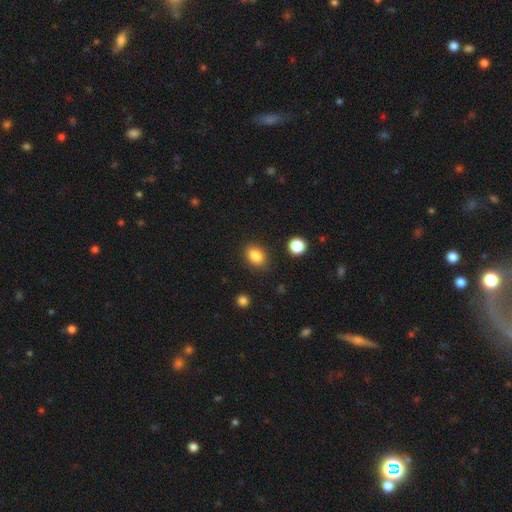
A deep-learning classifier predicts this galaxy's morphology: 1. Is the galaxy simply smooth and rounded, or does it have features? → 85% smooth, 10% star or artifact, 5% featured or disk.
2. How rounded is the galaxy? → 72% in between, 27% round, 1% cigar-shaped.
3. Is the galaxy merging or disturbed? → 84% none, 10% minor disturbance, 3% major disturbance, 2% merger.